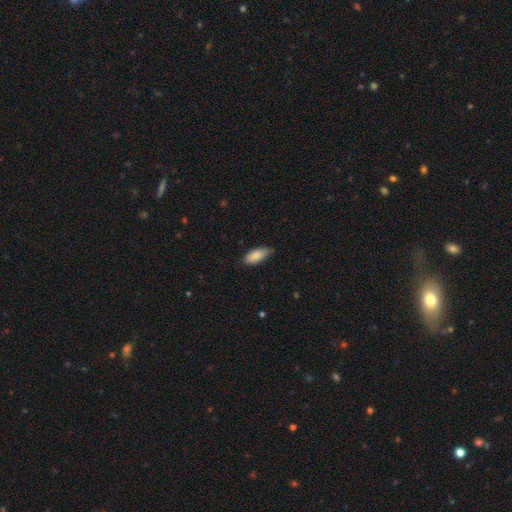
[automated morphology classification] A smooth galaxy with no disk features (88%) that is in between round and cigar-shaped (86%). Merging: none (72%).